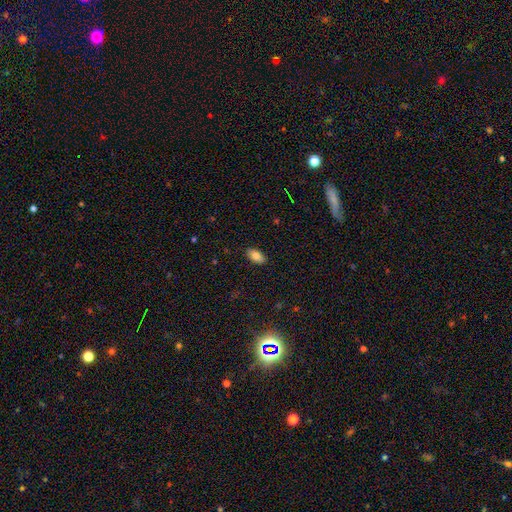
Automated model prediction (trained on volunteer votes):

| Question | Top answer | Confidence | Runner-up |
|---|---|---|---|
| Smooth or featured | smooth | 84% | featured or disk (8%) |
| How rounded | in between | 93% | round (4%) |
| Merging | none | 87% | minor disturbance (10%) |